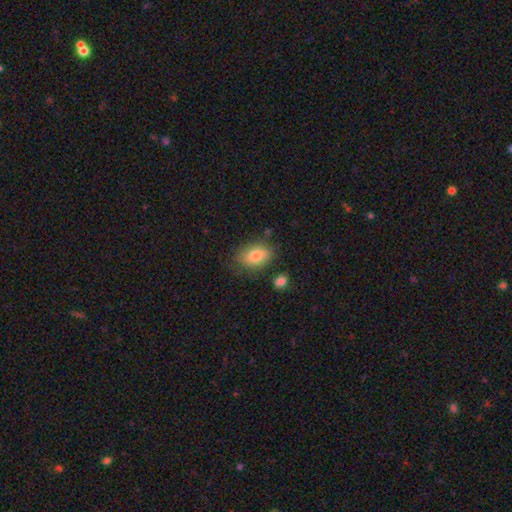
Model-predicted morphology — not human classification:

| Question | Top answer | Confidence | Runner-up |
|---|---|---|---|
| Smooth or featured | smooth | 82% | featured or disk (10%) |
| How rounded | in between | 87% | round (12%) |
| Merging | none | 69% | minor disturbance (20%) |